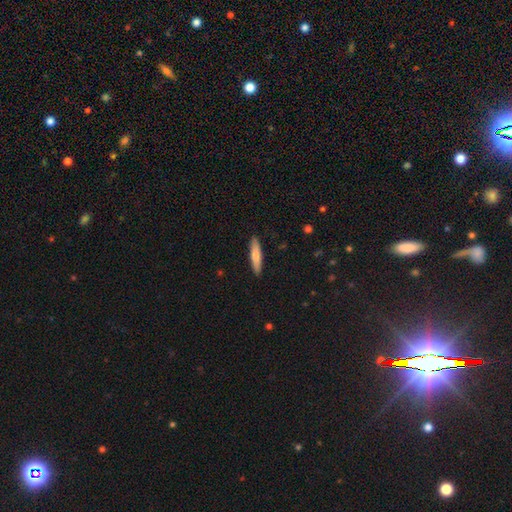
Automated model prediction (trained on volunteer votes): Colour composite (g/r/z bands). It shows a smooth galaxy with no disk features (75%) that is cigar-shaped (85%). Merging: none (91%).